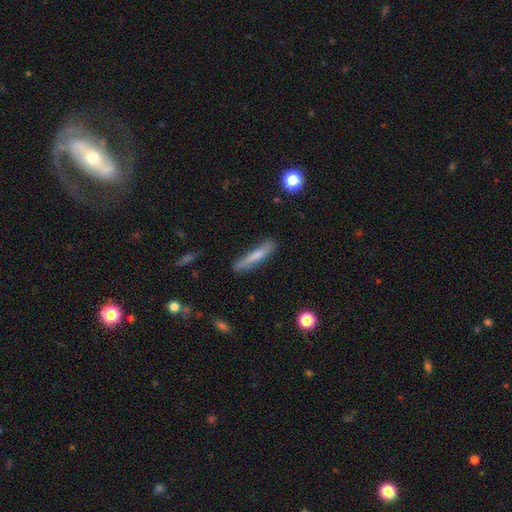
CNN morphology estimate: Q: Smooth or featured?
A: smooth (68%); runner-up: featured or disk (26%)
Q: How rounded?
A: cigar-shaped (91%); runner-up: in between (7%)
Q: Merging?
A: none (78%); runner-up: minor disturbance (16%)